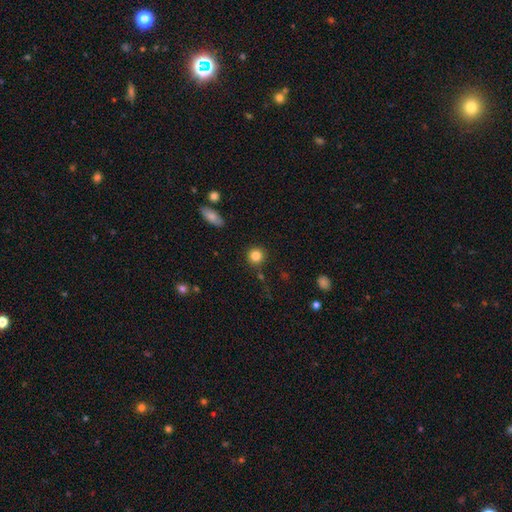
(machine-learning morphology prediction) smooth-or-featured: smooth: 83% | star or artifact: 11% | featured or disk: 6%
  how-rounded: round: 93% | in between: 6% | cigar-shaped: 1%
  merging: none: 88% | minor disturbance: 7% | merger: 3% | major disturbance: 2%